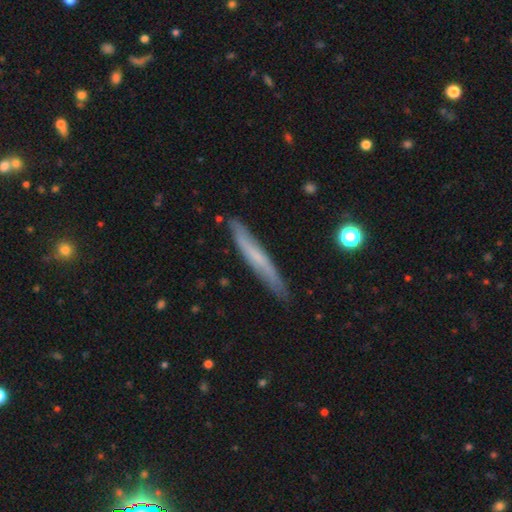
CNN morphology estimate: A smooth galaxy with no disk features (50%) that is cigar-shaped (95%). Merging: none (85%).